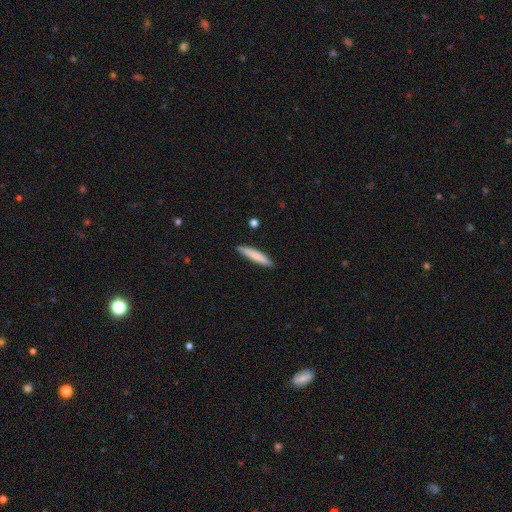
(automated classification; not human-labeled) Morphology: type=smooth (79%); roundness=cigar-shaped (90%); merging=none (88%).